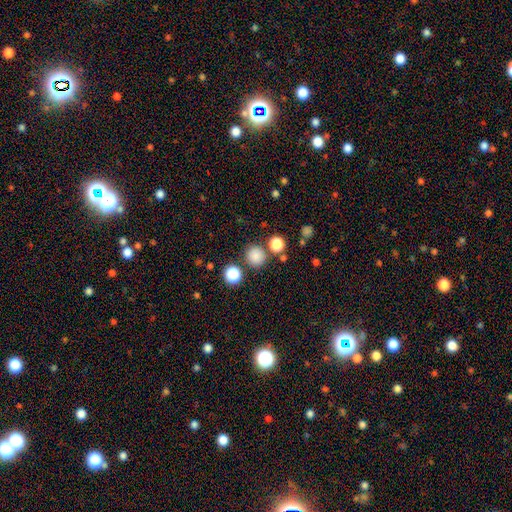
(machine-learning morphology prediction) This appears to be a smooth galaxy with no disk features (82%) that is round (92%). Merging: none (82%).